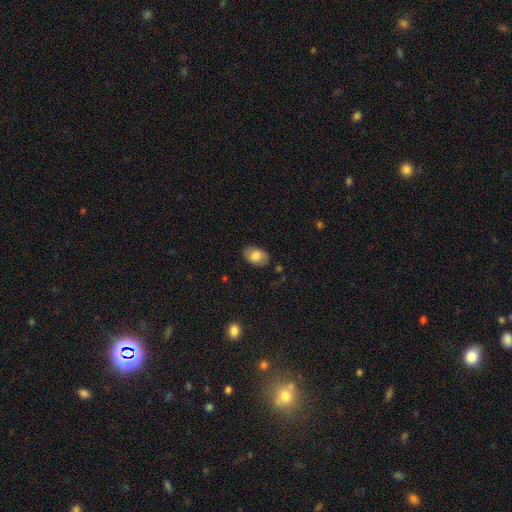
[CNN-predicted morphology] smooth 81%, featured or disk 12%, star or artifact 7%. Down the decision tree: how rounded — in between (87%); merging — none (82%).